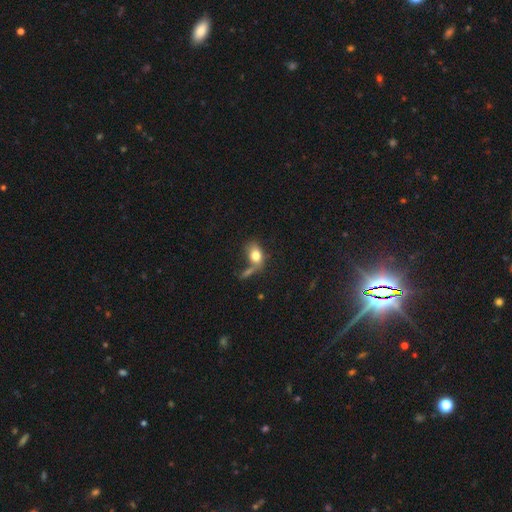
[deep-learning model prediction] A smooth galaxy with no disk features (77%) that is in between round and cigar-shaped (82%).

Vote fractions:
- Smooth or featured? smooth: 77% / featured or disk: 14% / star or artifact: 9%
- How rounded? in between: 82% / round: 15% / cigar-shaped: 3%
- Merging? none: 36% / merger: 29% / minor disturbance: 18% / major disturbance: 17%